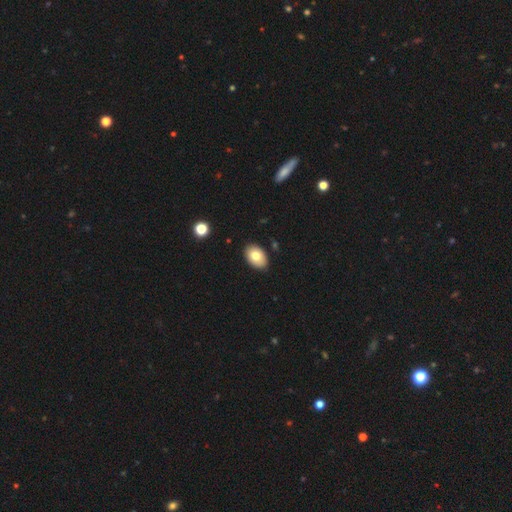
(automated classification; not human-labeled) Overall: smooth (78%). How rounded: in between (86%). Merging: none (87%).